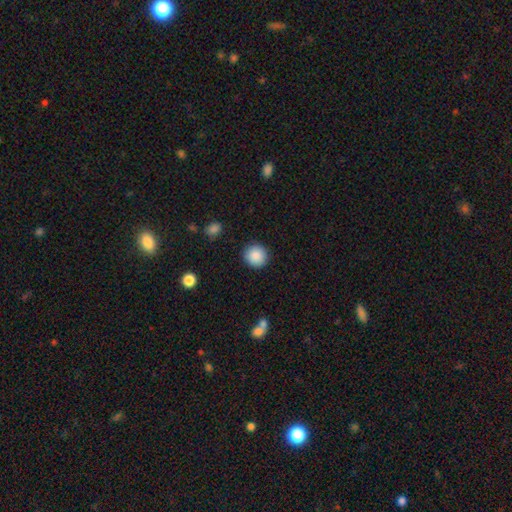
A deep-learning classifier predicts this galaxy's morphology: smooth-or-featured: smooth: 88% | star or artifact: 8% | featured or disk: 4%
  how-rounded: round: 94% | in between: 5% | cigar-shaped: 1%
  merging: none: 91% | minor disturbance: 6% | major disturbance: 2% | merger: 1%